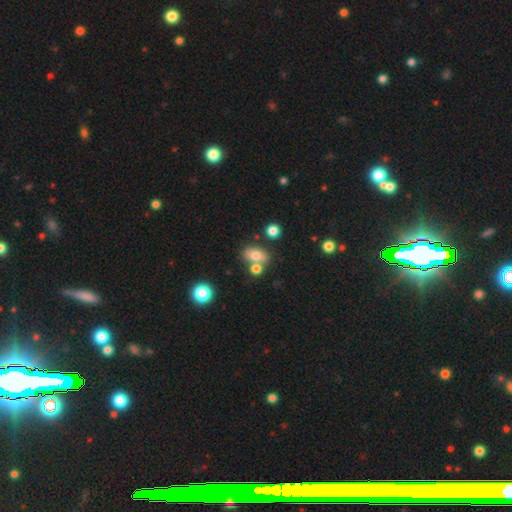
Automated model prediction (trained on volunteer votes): This appears to be a smooth galaxy with no disk features (73%) that is in between round and cigar-shaped (73%). Merging: none (56%).